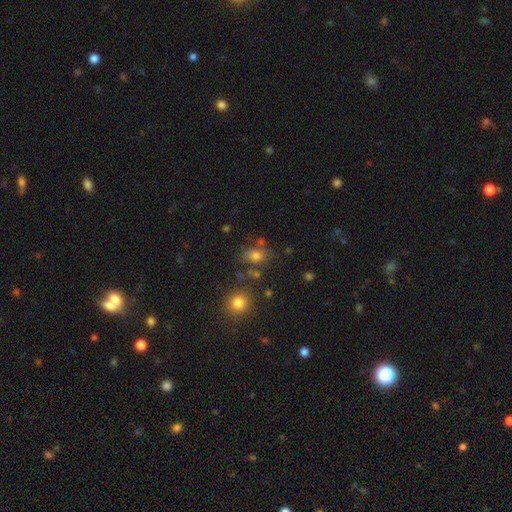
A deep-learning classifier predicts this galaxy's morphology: This is likely a smooth galaxy (72%). How rounded: possibly in between (50%). Merging: likely none (65%).